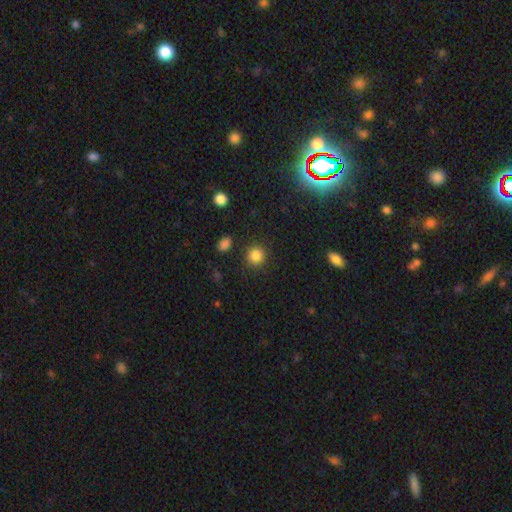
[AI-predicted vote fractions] smooth-or-featured: smooth: 84% | star or artifact: 12% | featured or disk: 4%
  how-rounded: round: 91% | in between: 8% | cigar-shaped: 1%
  merging: none: 88% | minor disturbance: 7% | major disturbance: 3% | merger: 2%